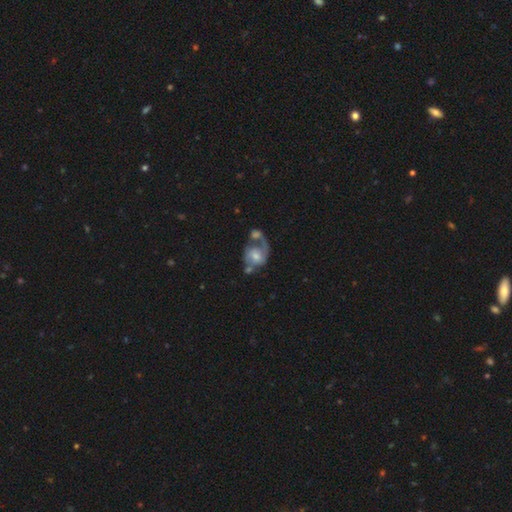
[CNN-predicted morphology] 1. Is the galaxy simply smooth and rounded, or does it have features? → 66% featured or disk, 27% smooth, 7% star or artifact.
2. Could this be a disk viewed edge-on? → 98% no, 2% yes.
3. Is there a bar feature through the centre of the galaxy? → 61% no, 32% weak, 6% strong.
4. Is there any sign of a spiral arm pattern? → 82% yes, 18% no.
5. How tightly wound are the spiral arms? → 41% medium, 36% loose, 23% tight.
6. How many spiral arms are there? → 46% 1, 42% 2, 9% can't tell, 1% 3, 1% 4, 1% more than 4.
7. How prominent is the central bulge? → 48% moderate, 33% small, 9% large, 7% none, 2% dominant.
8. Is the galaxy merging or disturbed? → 39% merger, 25% none, 22% major disturbance, 14% minor disturbance.